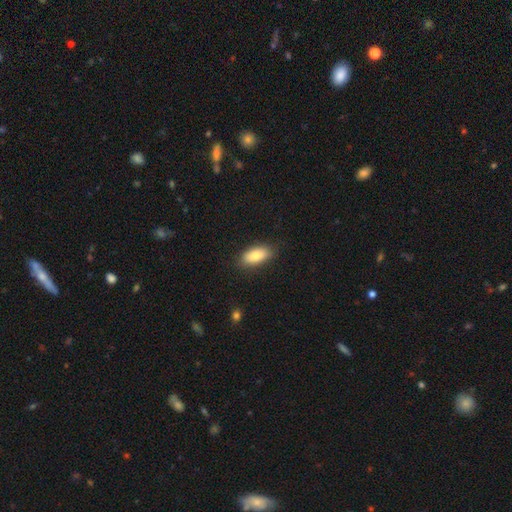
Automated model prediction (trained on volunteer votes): This is clearly a smooth galaxy (80%). How rounded: clearly in between (87%). Merging: clearly none (85%).